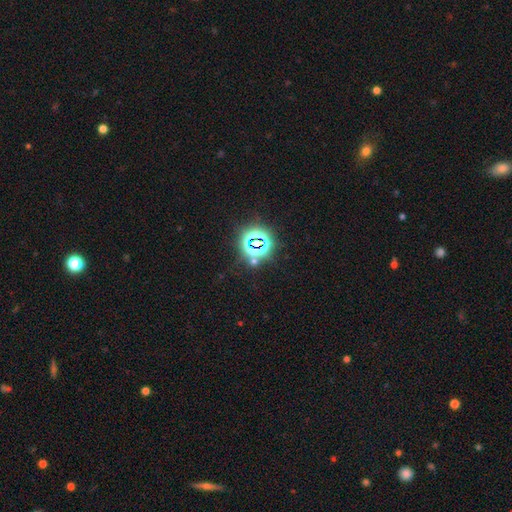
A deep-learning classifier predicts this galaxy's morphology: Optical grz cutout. It shows a star or artifact, not a galaxy (77%).